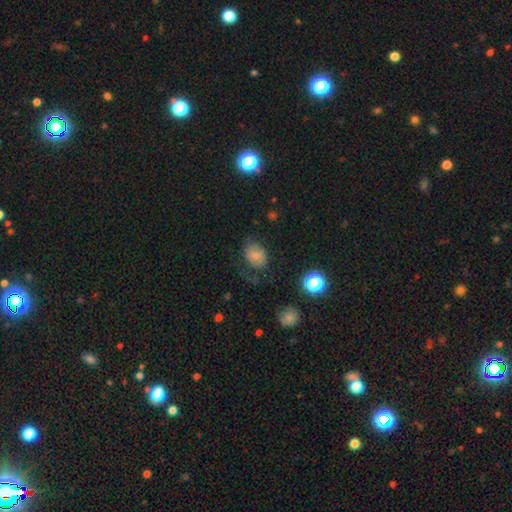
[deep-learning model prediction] This is likely a smooth galaxy (67%). How rounded: possibly in between (54%). Merging: possibly none (57%).